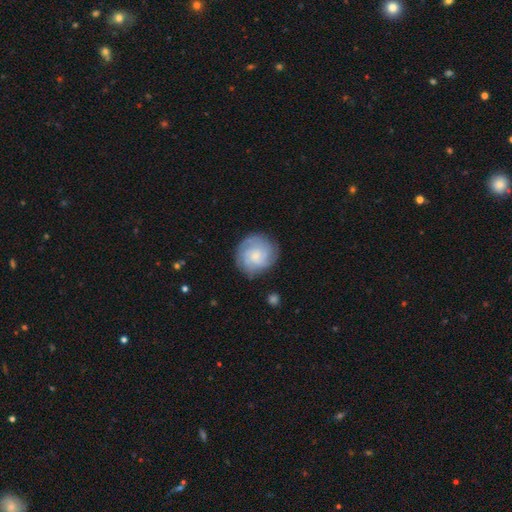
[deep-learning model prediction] featured or disk 68%, smooth 25%, star or artifact 7%. Down the decision tree: edge-on disk — no (98%); bar — no (74%); spiral arms — yes (93%); spiral arm count — can't tell (33%); spiral winding — tight (65%); bulge size — small (71%); merging — none (80%).